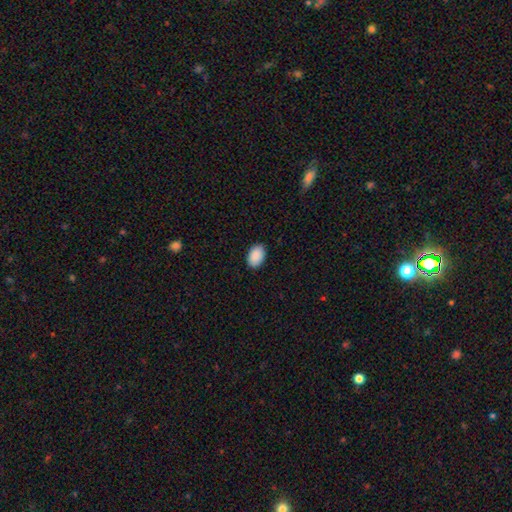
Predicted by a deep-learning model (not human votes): A smooth galaxy with no disk features (91%) that is in between round and cigar-shaped (89%). Merging: none (89%).